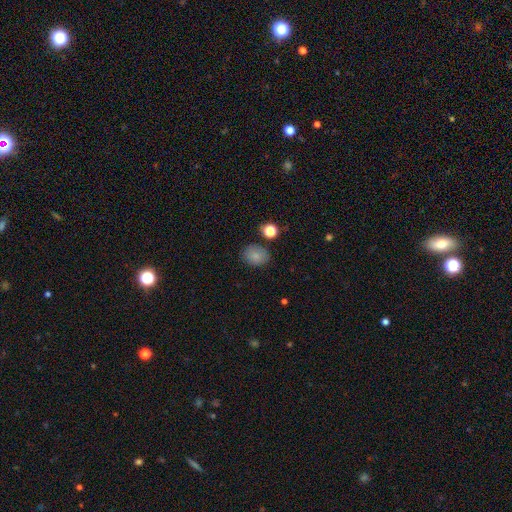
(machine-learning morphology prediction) Overall: smooth (83%). How rounded: in between (58%; round 41%). Merging: none (81%).